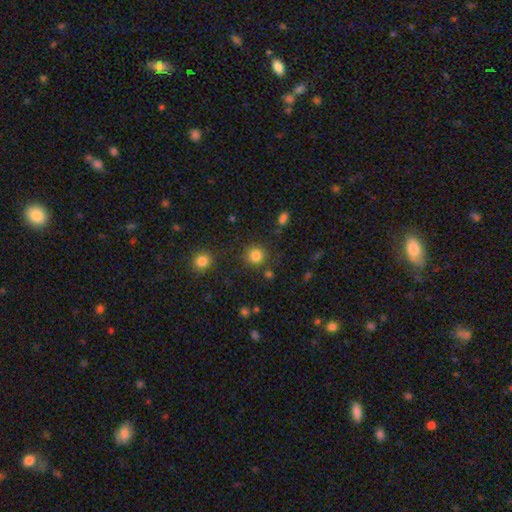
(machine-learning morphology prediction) A smooth galaxy with no disk features (83%) that is round (92%). Merging: none (85%).